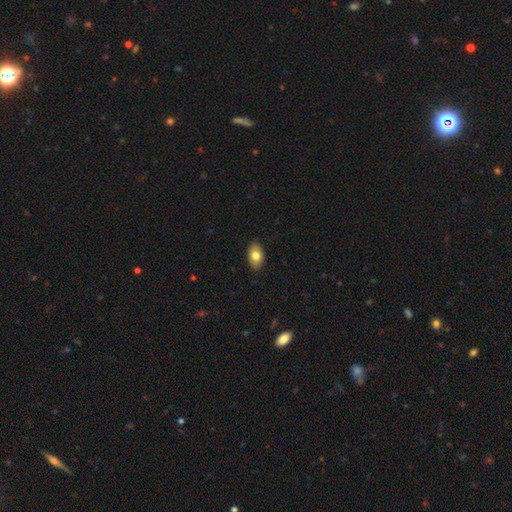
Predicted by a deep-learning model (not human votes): A smooth galaxy with no disk features (79%) that is in between round and cigar-shaped (91%).

Vote fractions:
- Smooth or featured? smooth: 79% / featured or disk: 14% / star or artifact: 7%
- How rounded? in between: 91% / round: 8% / cigar-shaped: 2%
- Merging? none: 88% / minor disturbance: 9% / major disturbance: 2% / merger: 1%